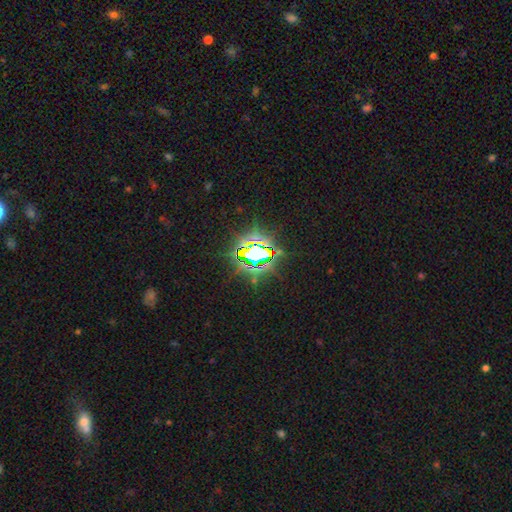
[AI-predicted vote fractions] Smooth or featured: star or artifact — 77% (smooth — 12%)